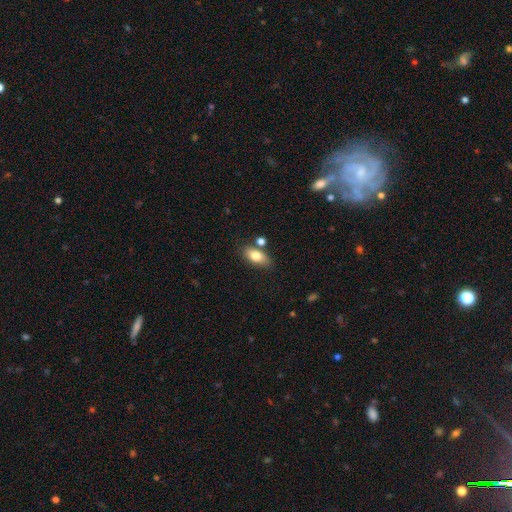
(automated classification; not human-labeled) Overall: smooth (79%). How rounded: in between (88%). Merging: none (72%).